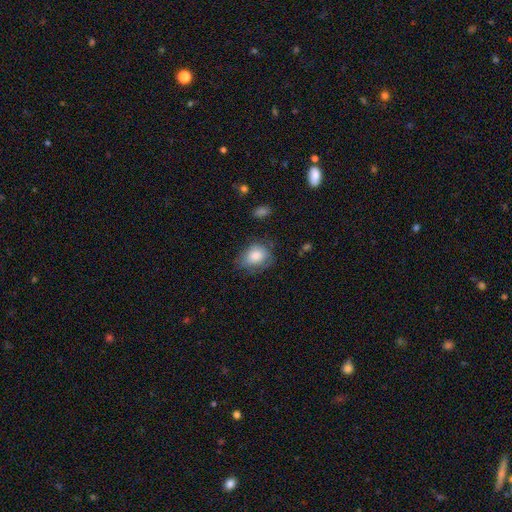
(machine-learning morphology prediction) type=smooth (80%); roundness=in between (66%); merging=none (58%).